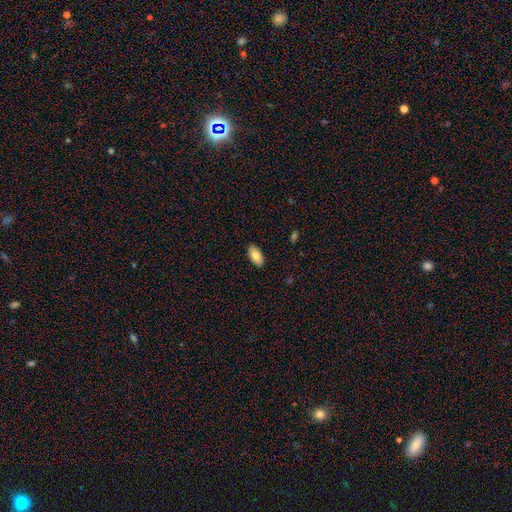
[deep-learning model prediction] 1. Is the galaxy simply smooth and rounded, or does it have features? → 80% smooth, 13% featured or disk, 6% star or artifact.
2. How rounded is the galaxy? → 94% in between, 4% cigar-shaped, 2% round.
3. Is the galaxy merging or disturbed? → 89% none, 8% minor disturbance, 2% major disturbance, 1% merger.